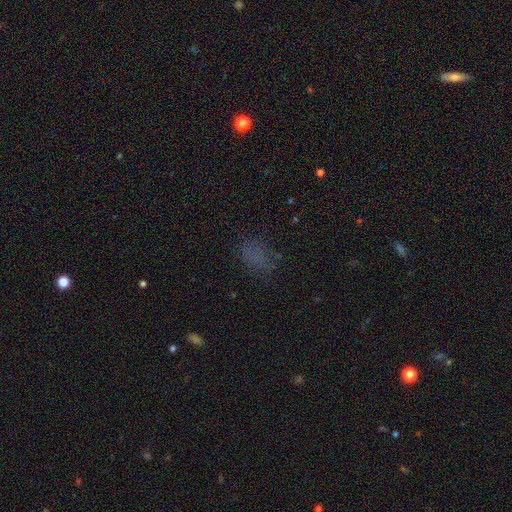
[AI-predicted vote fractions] Smooth or featured?
  - smooth: 64% *
  - star or artifact: 25%
  - featured or disk: 11%
How rounded?
  - in between: 79% *
  - round: 17%
  - cigar-shaped: 3%
Merging?
  - none: 71% *
  - minor disturbance: 17%
  - major disturbance: 10%
  - merger: 2%